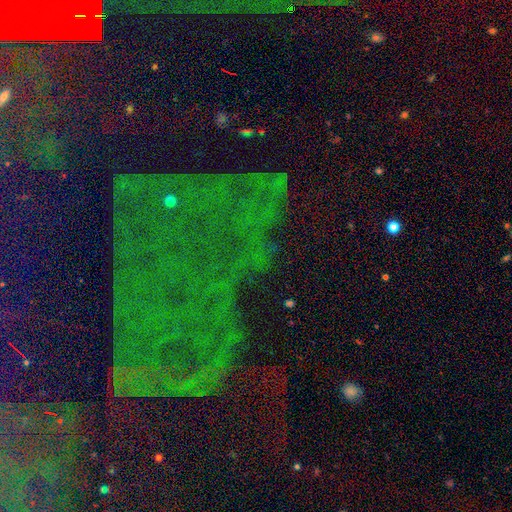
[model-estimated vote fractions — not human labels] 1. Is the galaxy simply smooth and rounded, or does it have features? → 78% star or artifact, 12% featured or disk, 10% smooth.